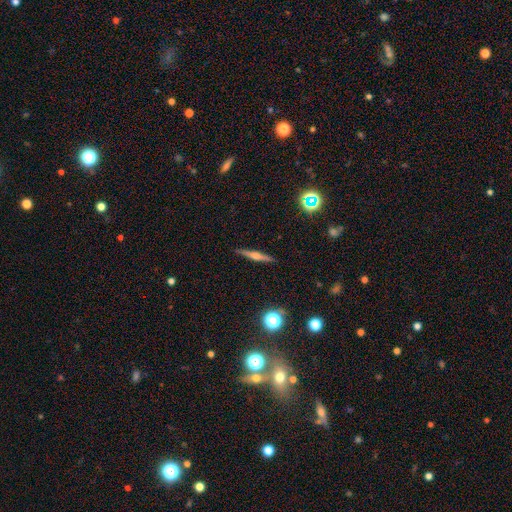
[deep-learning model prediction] A featured or disk galaxy (66%) viewed edge-on (97%) with a rounded central bulge (87%).

Vote fractions:
- Smooth or featured? featured or disk: 66% / smooth: 25% / star or artifact: 9%
- Edge-on disk? yes: 97% / no: 3%
- Edge-on bulge? rounded: 87% / boxy: 7% / none: 6%
- Merging? none: 91% / minor disturbance: 7% / major disturbance: 1% / merger: 1%